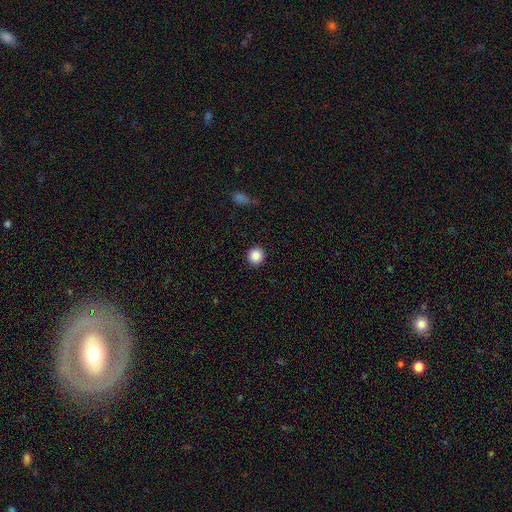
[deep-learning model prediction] This is clearly a smooth galaxy (88%). How rounded: clearly round (94%). Merging: clearly none (92%).